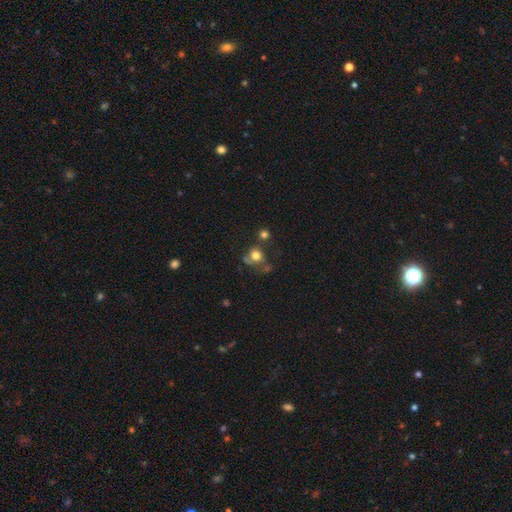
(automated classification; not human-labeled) Q: Smooth or featured?
A: smooth (71%); runner-up: featured or disk (15%)
Q: How rounded?
A: round (81%); runner-up: in between (18%)
Q: Merging?
A: none (47%); runner-up: merger (23%)